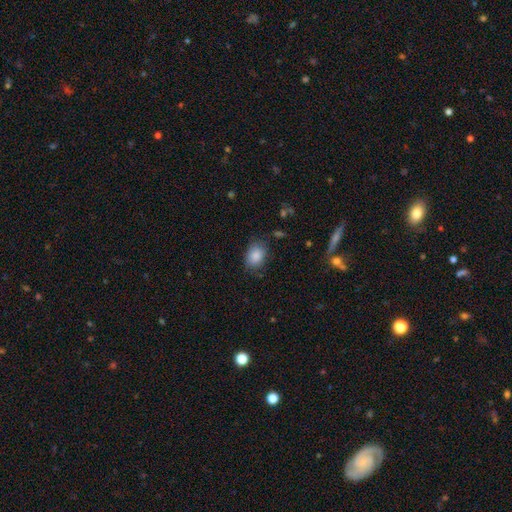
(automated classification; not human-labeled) The model was most divided on "how rounded": in between: 72%, round: 27%, cigar-shaped: 1%. More confident: smooth or featured — smooth (86%); merging — none (75%).